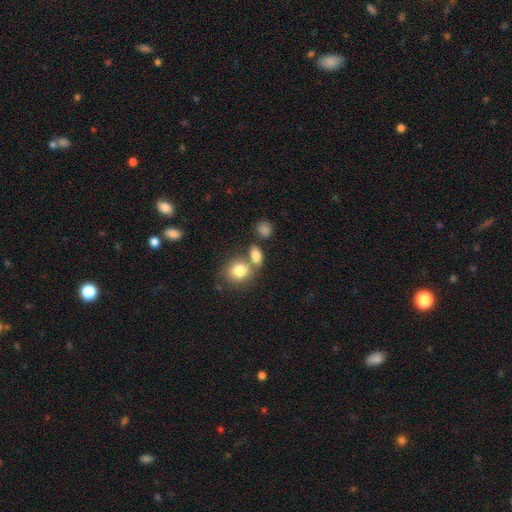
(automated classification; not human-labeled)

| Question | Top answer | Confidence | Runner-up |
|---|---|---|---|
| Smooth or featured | smooth | 81% | featured or disk (10%) |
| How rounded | in between | 62% | round (35%) |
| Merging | none | 47% | merger (38%) |